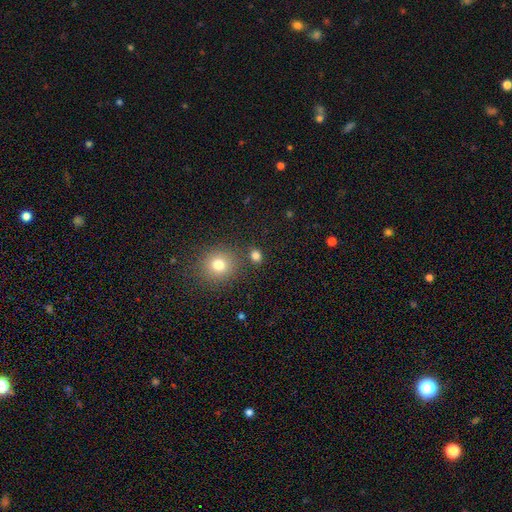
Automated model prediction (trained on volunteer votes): Q: Smooth or featured?
A: smooth (80%); runner-up: star or artifact (15%)
Q: How rounded?
A: round (63%); runner-up: in between (35%)
Q: Merging?
A: none (80%); runner-up: minor disturbance (9%)